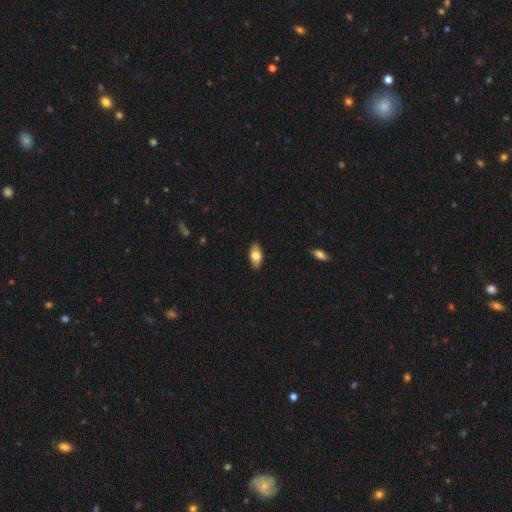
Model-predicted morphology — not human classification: A smooth galaxy with no disk features (72%) that is in between round and cigar-shaped (90%).

Vote fractions:
- Smooth or featured? smooth: 72% / featured or disk: 21% / star or artifact: 6%
- How rounded? in between: 90% / cigar-shaped: 7% / round: 3%
- Merging? none: 88% / minor disturbance: 9% / major disturbance: 2% / merger: 1%